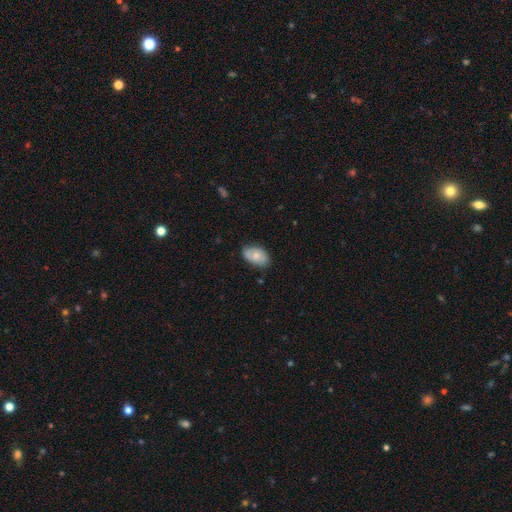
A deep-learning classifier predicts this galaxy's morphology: type=smooth (69%); roundness=in between (92%); merging=none (77%).